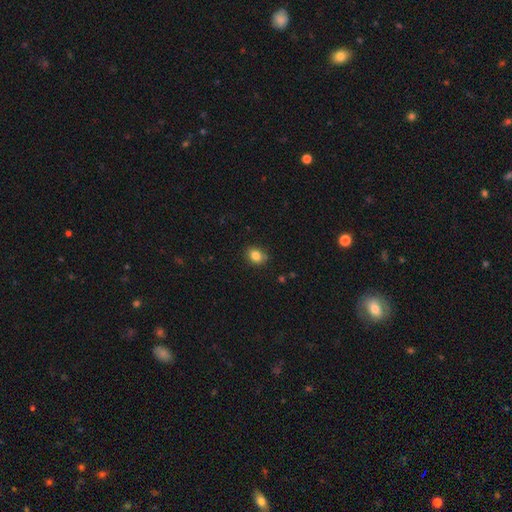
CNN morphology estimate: type=smooth (83%); roundness=in between (51%); merging=none (83%).